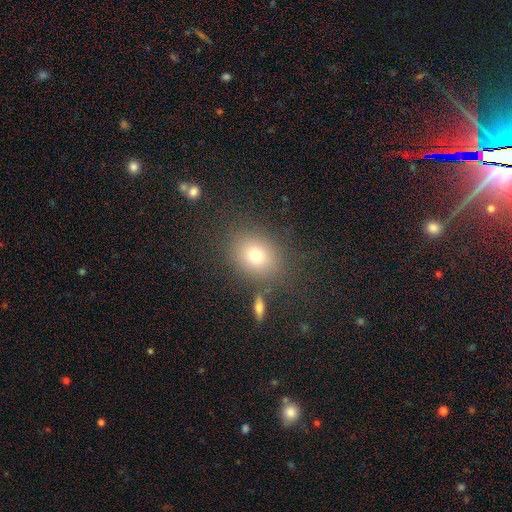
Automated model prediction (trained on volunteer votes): smooth-or-featured: smooth: 74% | star or artifact: 14% | featured or disk: 12%
  how-rounded: round: 58% | in between: 41% | cigar-shaped: 1%
  merging: none: 79% | minor disturbance: 11% | major disturbance: 6% | merger: 4%